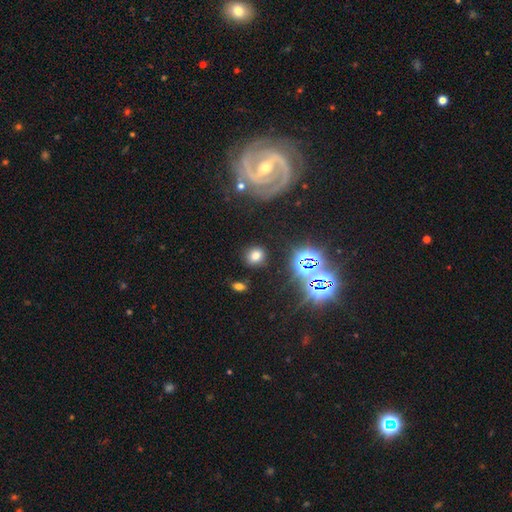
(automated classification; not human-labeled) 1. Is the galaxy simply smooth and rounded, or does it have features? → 68% smooth, 24% star or artifact, 9% featured or disk.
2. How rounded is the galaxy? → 71% round, 27% in between, 1% cigar-shaped.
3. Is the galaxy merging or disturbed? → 85% none, 9% minor disturbance, 3% major disturbance, 3% merger.